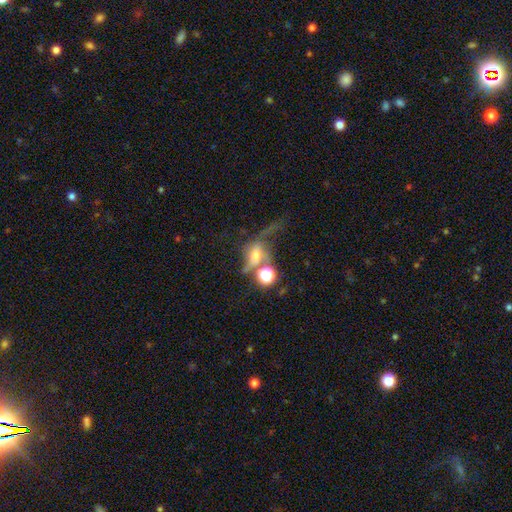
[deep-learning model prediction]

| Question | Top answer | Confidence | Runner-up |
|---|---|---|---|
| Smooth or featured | featured or disk | 49% | smooth (34%) |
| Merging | major disturbance | 35% | merger (28%) |